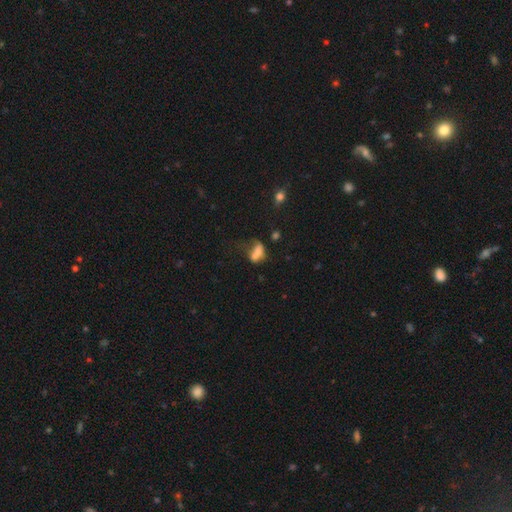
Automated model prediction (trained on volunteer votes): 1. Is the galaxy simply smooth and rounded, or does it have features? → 61% smooth, 25% featured or disk, 15% star or artifact.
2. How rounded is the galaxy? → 79% in between, 12% round, 9% cigar-shaped.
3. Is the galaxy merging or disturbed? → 32% major disturbance, 26% merger, 22% none, 19% minor disturbance.